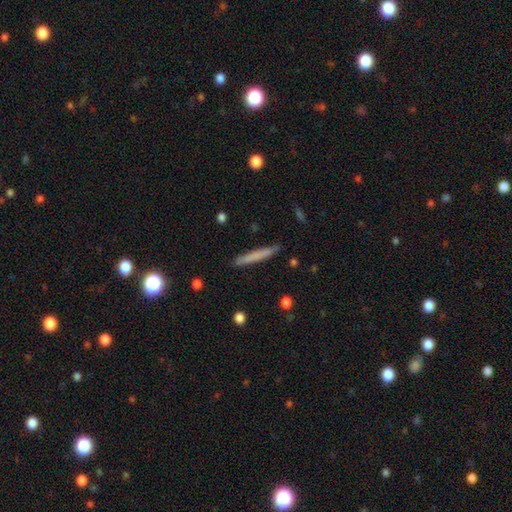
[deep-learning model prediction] smooth 69%, featured or disk 25%, star or artifact 6%. Down the decision tree: how rounded — cigar-shaped (96%); merging — none (89%).